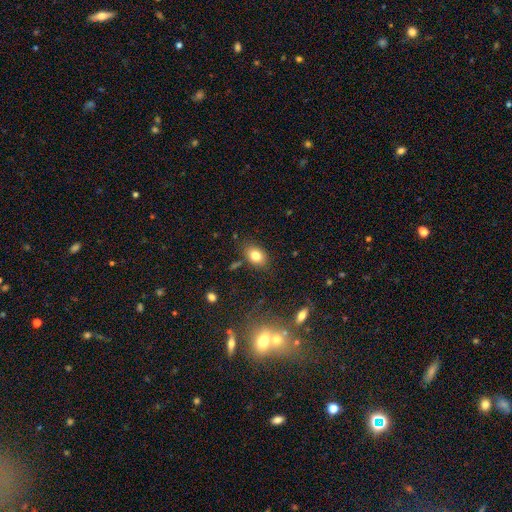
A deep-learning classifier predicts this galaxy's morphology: Smooth or featured? Predicted: smooth (p=0.79). How rounded? Predicted: in between (p=0.79). Merging? Predicted: none (p=0.81).